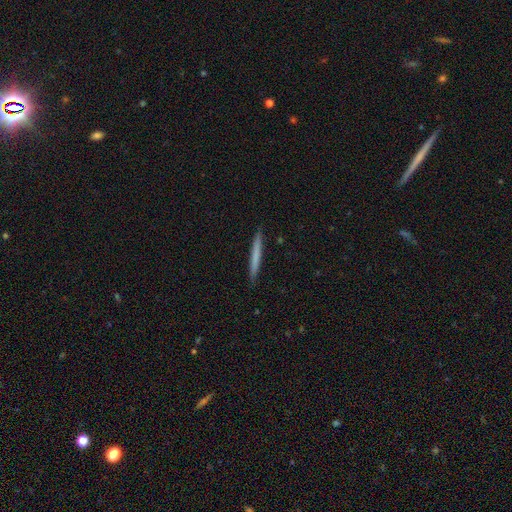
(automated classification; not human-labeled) A smooth galaxy with no disk features (66%) that is cigar-shaped (97%).

Vote fractions:
- Smooth or featured? smooth: 66% / featured or disk: 28% / star or artifact: 5%
- How rounded? cigar-shaped: 97% / in between: 2% / round: 1%
- Merging? none: 92% / minor disturbance: 6% / major disturbance: 1% / merger: 1%